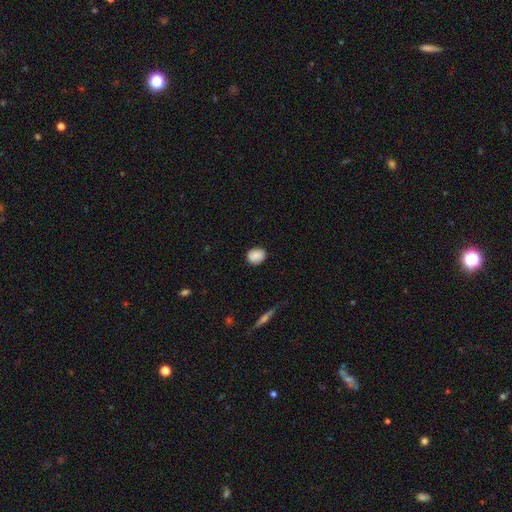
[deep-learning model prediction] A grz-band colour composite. It shows a smooth galaxy with no disk features (84%) that is round (58%). Merging: none (82%).